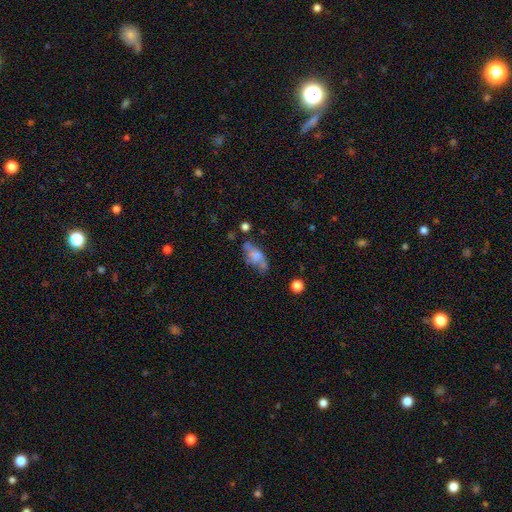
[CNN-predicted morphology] smooth-or-featured: smooth: 53% | featured or disk: 36% | star or artifact: 11%
  how-rounded: in between: 81% | cigar-shaped: 13% | round: 5%
  merging: none: 39% | minor disturbance: 28% | major disturbance: 21% | merger: 12%